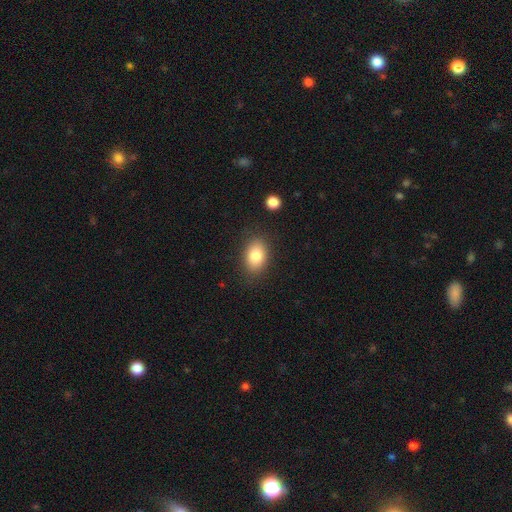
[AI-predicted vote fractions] Q: Smooth or featured?
A: smooth (82%); runner-up: featured or disk (9%)
Q: How rounded?
A: in between (82%); runner-up: round (17%)
Q: Merging?
A: none (84%); runner-up: minor disturbance (11%)